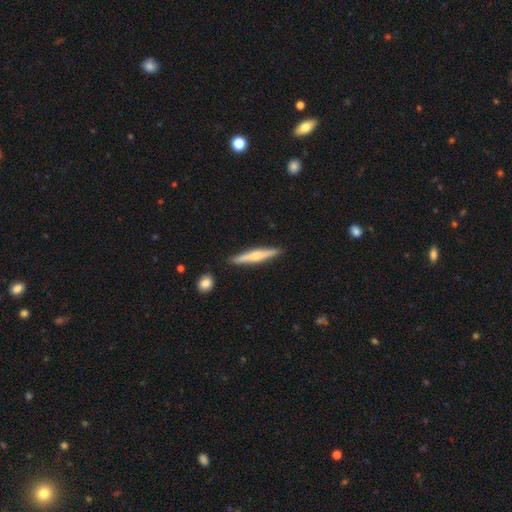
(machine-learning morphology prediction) Smooth or featured: featured or disk — 53% (smooth — 42%)
Edge-on disk: yes — 97% (no — 3%)
Edge-on bulge: rounded — 78% (none — 14%)
Merging: none — 89% (minor disturbance — 7%)